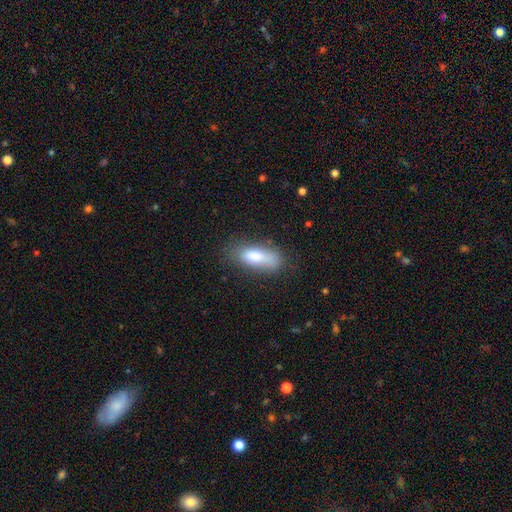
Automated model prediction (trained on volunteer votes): The model was most divided on "merging": none: 66%, minor disturbance: 24%, major disturbance: 8%, merger: 3%. More confident: smooth or featured — smooth (77%); how rounded — in between (70%).